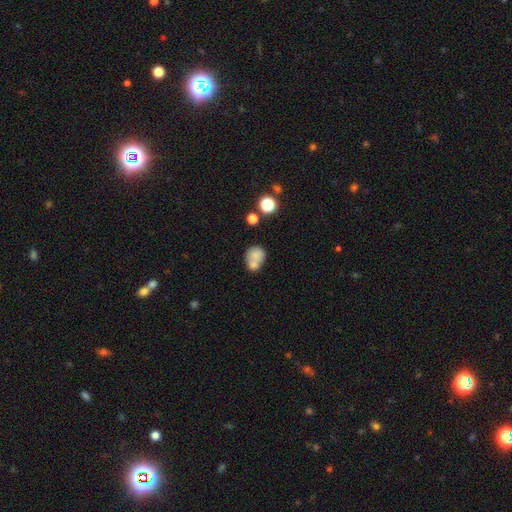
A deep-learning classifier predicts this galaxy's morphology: Smooth or featured?
  - smooth: 75% *
  - featured or disk: 15%
  - star or artifact: 10%
How rounded?
  - round: 66% *
  - in between: 32%
  - cigar-shaped: 1%
Merging?
  - merger: 48% *
  - none: 35%
  - minor disturbance: 11%
  - major disturbance: 6%